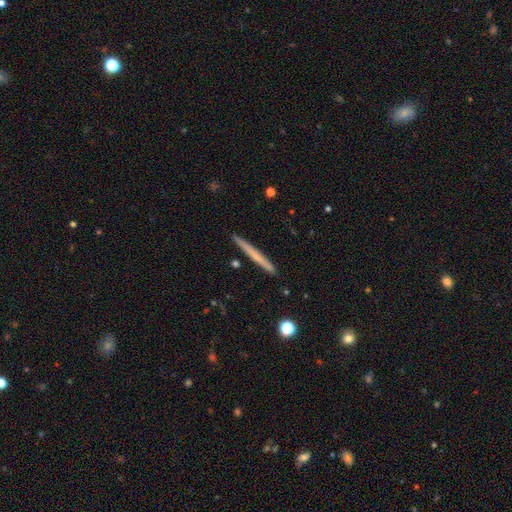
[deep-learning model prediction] Morphology: type=smooth (50%); roundness=cigar-shaped (97%); merging=none (92%).